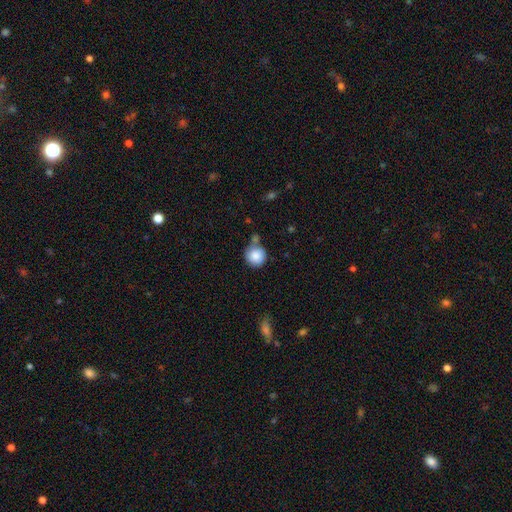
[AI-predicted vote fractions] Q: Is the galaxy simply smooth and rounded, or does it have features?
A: smooth — 87%.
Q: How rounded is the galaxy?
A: round — 93%.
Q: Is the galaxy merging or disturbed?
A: none — 63%.